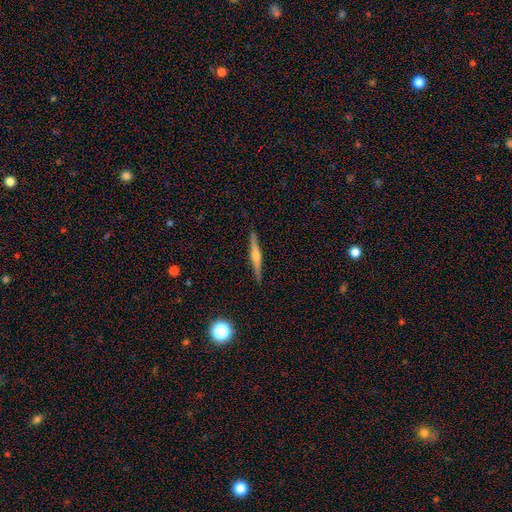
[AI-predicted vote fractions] Overall: featured or disk (77%). Edge-on disk: yes (98%). Edge-on bulge: rounded (86%). Merging: none (91%).